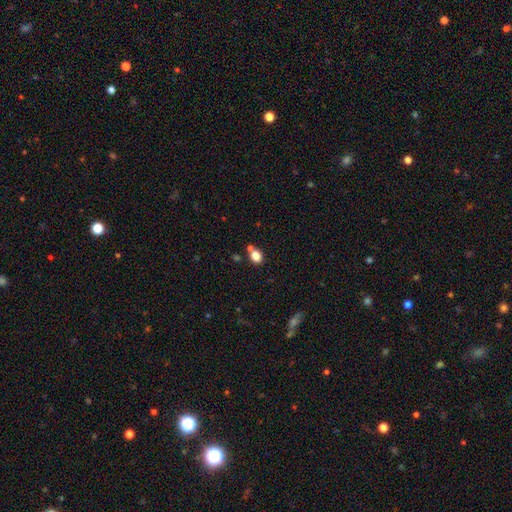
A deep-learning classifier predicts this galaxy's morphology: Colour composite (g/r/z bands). It shows a smooth galaxy with no disk features (81%) that is round (53%). Merging: none (65%).